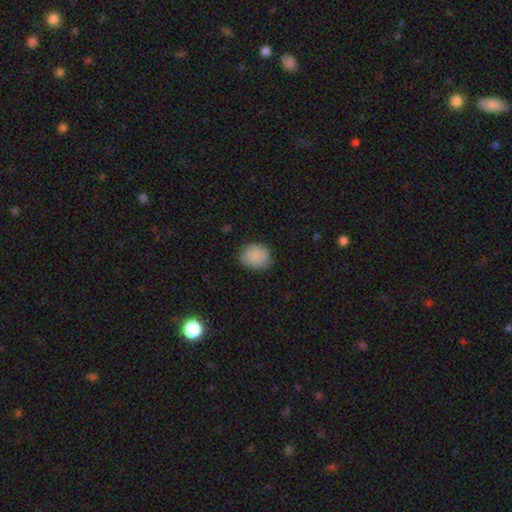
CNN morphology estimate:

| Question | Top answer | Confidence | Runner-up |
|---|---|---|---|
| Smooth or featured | smooth | 87% | star or artifact (7%) |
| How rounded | round | 62% | in between (37%) |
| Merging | none | 77% | minor disturbance (18%) |